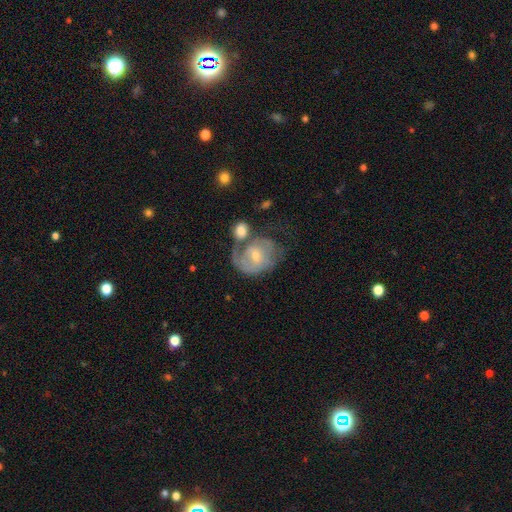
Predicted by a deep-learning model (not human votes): A featured or disk galaxy (67%) with no bar (57%), 2 (40%) tight (46%) spiral arms (77%) and a small central bulge (58%).

Vote fractions:
- Smooth or featured? featured or disk: 67% / smooth: 25% / star or artifact: 7%
- Edge-on disk? no: 97% / yes: 3%
- Bar? no: 57% / weak: 36% / strong: 8%
- Spiral arms? yes: 77% / no: 23%
- Spiral winding? tight: 46% / medium: 37% / loose: 18%
- Spiral arm count? 2: 40% / can't tell: 32% / 1: 21% / 3: 4% / 4: 2% / more than 4: 2%
- Bulge size? small: 58% / moderate: 38% / large: 2% / none: 2% / dominant: 1%
- Merging? none: 34% / merger: 25% / major disturbance: 22% / minor disturbance: 20%